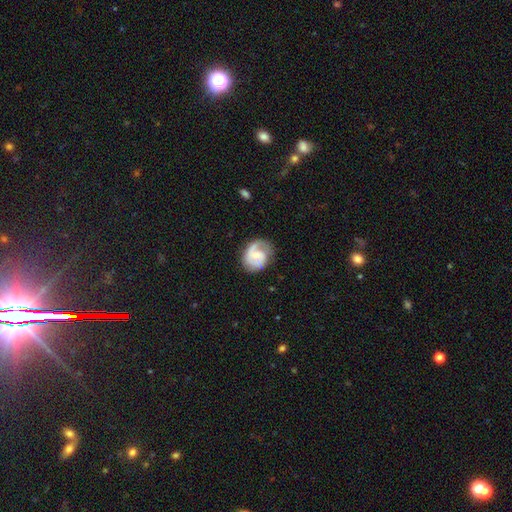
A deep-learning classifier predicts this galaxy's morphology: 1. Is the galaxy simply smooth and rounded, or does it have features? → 73% featured or disk, 21% smooth, 6% star or artifact.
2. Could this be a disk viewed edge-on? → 98% no, 2% yes.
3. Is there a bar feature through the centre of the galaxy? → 45% weak (tied), 45% no (tied), 10% strong.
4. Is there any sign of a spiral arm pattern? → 92% yes, 8% no.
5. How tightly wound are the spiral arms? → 45% medium, 32% tight, 22% loose.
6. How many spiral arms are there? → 66% 2, 18% 1, 10% can't tell, 4% 3, 1% 4, 1% more than 4.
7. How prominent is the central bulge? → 51% small, 36% moderate, 9% none, 3% large, 1% dominant.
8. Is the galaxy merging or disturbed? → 66% none, 21% minor disturbance, 11% major disturbance, 2% merger.